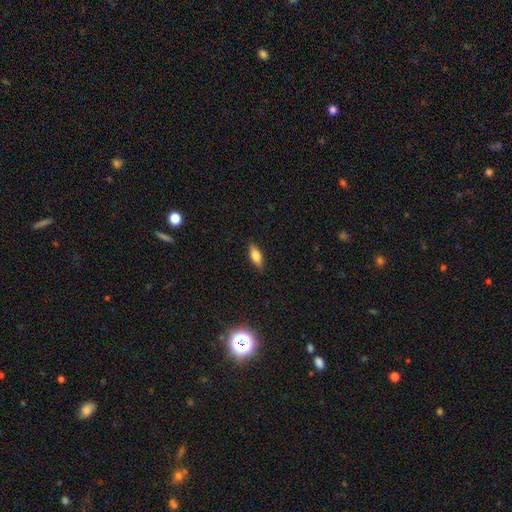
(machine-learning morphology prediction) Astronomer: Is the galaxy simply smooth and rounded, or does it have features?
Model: smooth — 76%.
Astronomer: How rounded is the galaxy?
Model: in between — 72%.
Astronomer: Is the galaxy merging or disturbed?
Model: none — 88%.